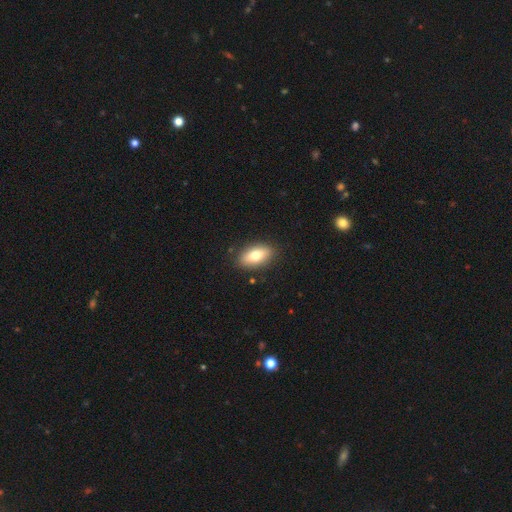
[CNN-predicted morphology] A smooth galaxy with no disk features (74%) that is in between round and cigar-shaped (88%).

Vote fractions:
- Smooth or featured? smooth: 74% / featured or disk: 19% / star or artifact: 7%
- How rounded? in between: 88% / cigar-shaped: 7% / round: 5%
- Merging? none: 87% / minor disturbance: 10% / major disturbance: 2% / merger: 1%